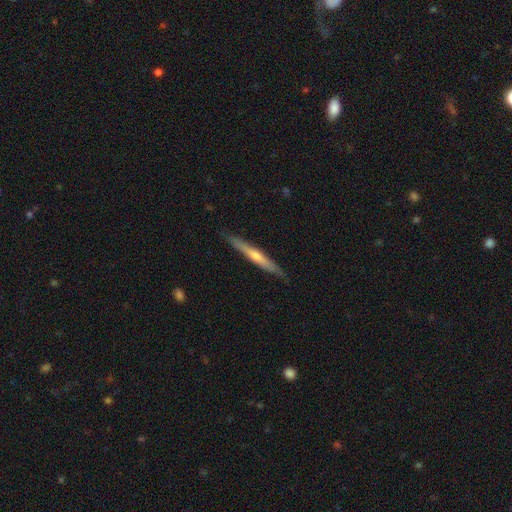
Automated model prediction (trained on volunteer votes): Smooth or featured: featured or disk — 63% (smooth — 31%)
Edge-on disk: yes — 97% (no — 3%)
Edge-on bulge: rounded — 67% (none — 29%)
Merging: none — 89% (minor disturbance — 8%)